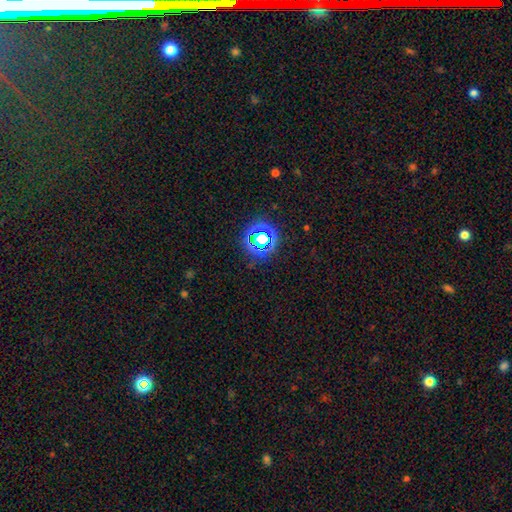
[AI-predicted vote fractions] A star or artifact, not a galaxy (69%).